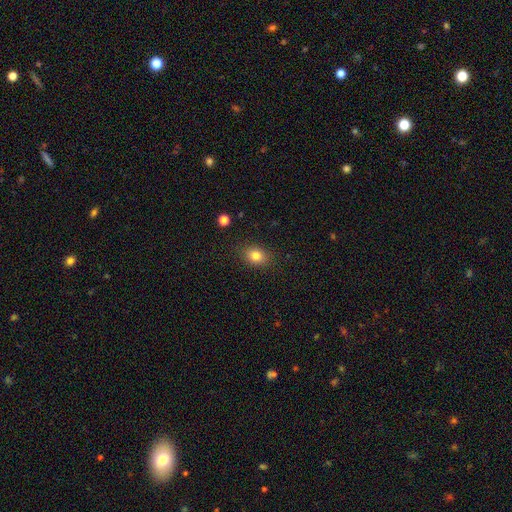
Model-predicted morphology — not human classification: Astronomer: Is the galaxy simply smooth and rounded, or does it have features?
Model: smooth — 81%.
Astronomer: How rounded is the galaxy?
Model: in between — 60% (runner-up: round, 39%).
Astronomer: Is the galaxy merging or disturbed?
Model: none — 87%.